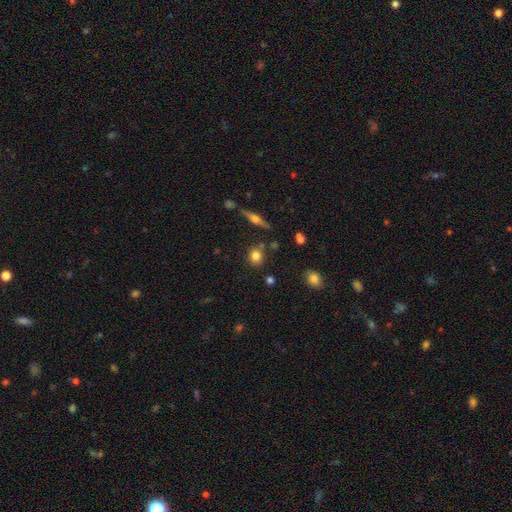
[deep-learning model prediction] This is likely a smooth galaxy (79%). How rounded: likely round (75%). Merging: clearly none (80%).